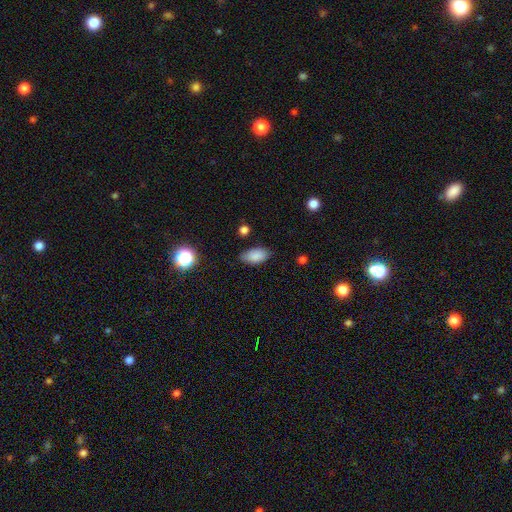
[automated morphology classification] This is clearly a smooth galaxy (86%). How rounded: clearly in between (92%). Merging: likely none (80%).